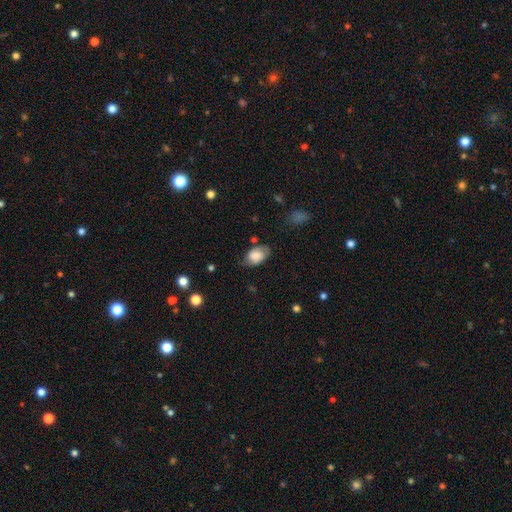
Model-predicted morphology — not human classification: This is likely a smooth galaxy (69%). How rounded: clearly in between (91%). Merging: likely none (64%).